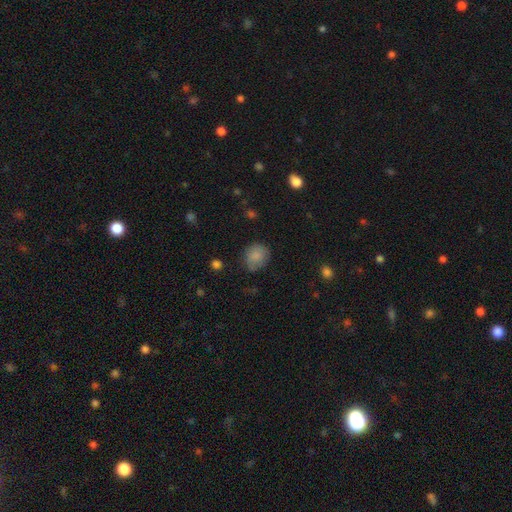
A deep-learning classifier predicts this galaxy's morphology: Q: Smooth or featured?
A: smooth (82%); runner-up: featured or disk (9%)
Q: How rounded?
A: round (71%); runner-up: in between (28%)
Q: Merging?
A: none (69%); runner-up: minor disturbance (23%)